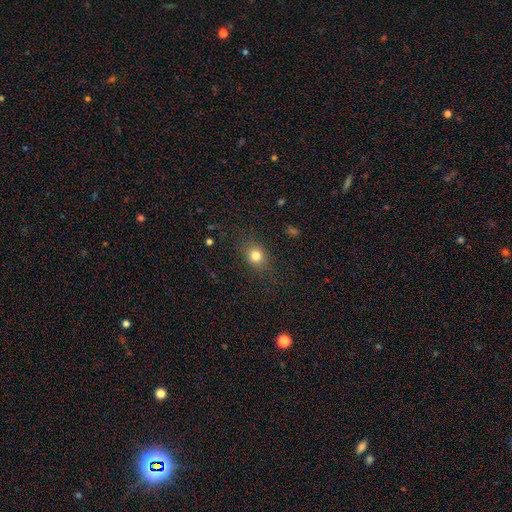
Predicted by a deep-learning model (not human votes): Q: Smooth or featured?
A: smooth (79%); runner-up: star or artifact (13%)
Q: How rounded?
A: round (62%); runner-up: in between (36%)
Q: Merging?
A: none (83%); runner-up: minor disturbance (12%)